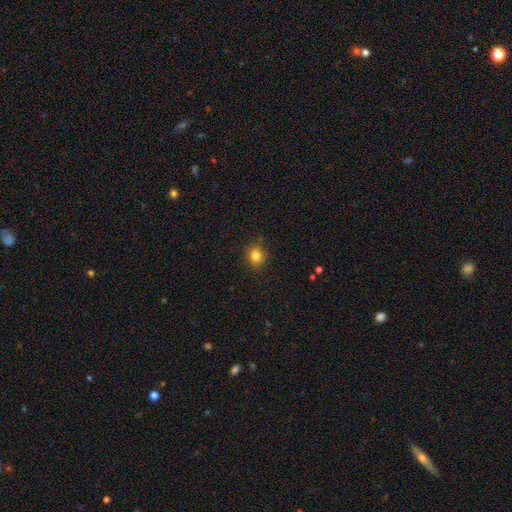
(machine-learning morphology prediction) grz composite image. It shows a smooth galaxy with no disk features (82%) that is round (82%). Merging: none (87%).